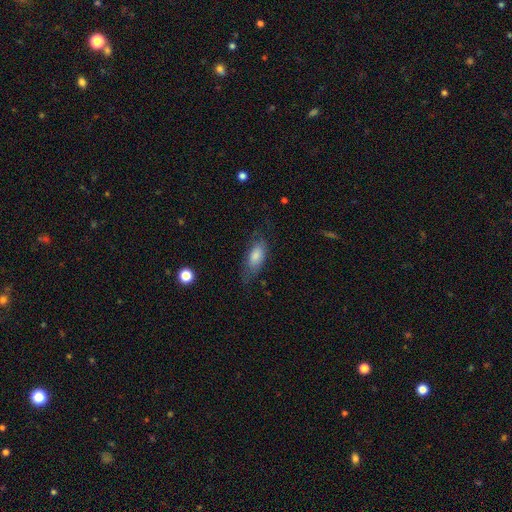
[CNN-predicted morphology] smooth-or-featured: smooth: 71% | featured or disk: 21% | star or artifact: 8%
  how-rounded: in between: 77% | cigar-shaped: 20% | round: 3%
  merging: none: 66% | minor disturbance: 23% | major disturbance: 9% | merger: 1%